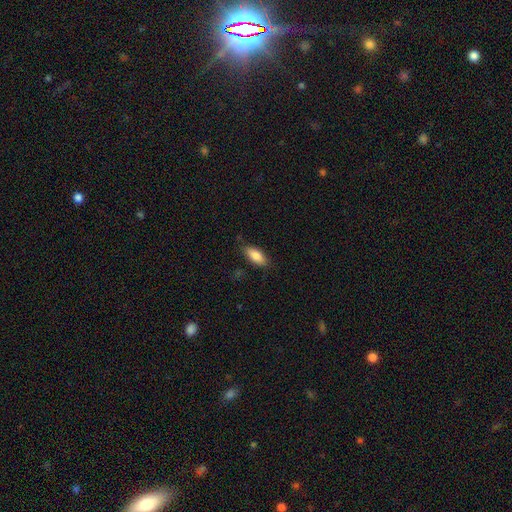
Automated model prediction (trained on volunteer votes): A smooth galaxy with no disk features (82%) that is in between round and cigar-shaped (81%). Merging: none (83%).